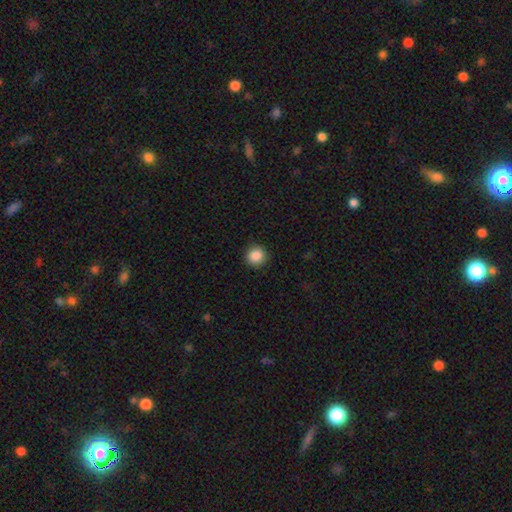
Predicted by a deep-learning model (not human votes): smooth_or_featured: smooth (p=0.87) [alt: star or artifact p=0.09]
how_rounded: round (p=0.93) [alt: in between p=0.06]
merging: none (p=0.91) [alt: minor disturbance p=0.06]